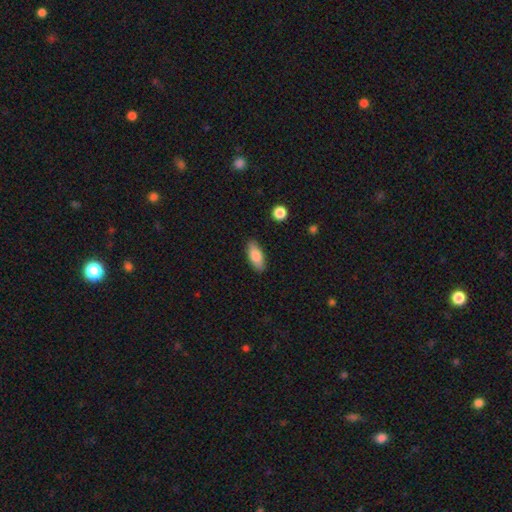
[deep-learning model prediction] Smooth or featured? Predicted: smooth (p=0.82). How rounded? Predicted: in between (p=0.81). Merging? Predicted: none (p=0.87).